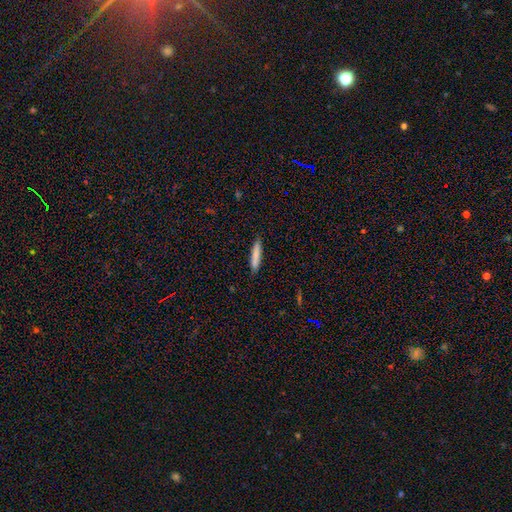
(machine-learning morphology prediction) A smooth galaxy with no disk features (81%) that is cigar-shaped (89%). Merging: none (86%).